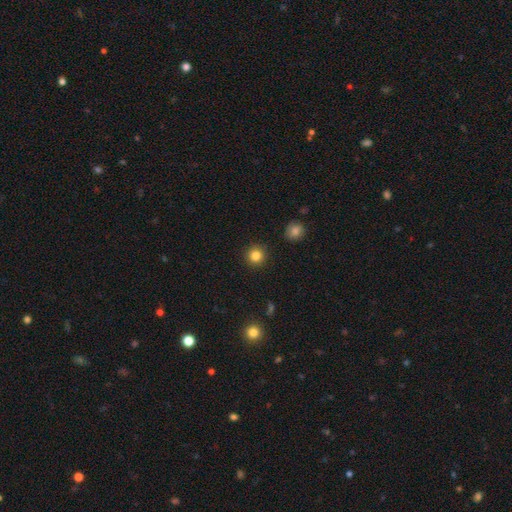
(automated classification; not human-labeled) A smooth galaxy with no disk features (84%) that is round (95%). Merging: none (92%).